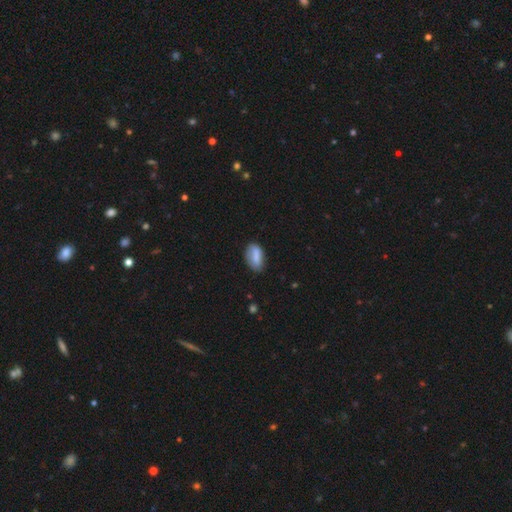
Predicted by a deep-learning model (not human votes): smooth_or_featured: smooth (p=0.78) [alt: featured or disk p=0.15]
how_rounded: in between (p=0.88) [alt: cigar-shaped p=0.07]
merging: none (p=0.71) [alt: minor disturbance p=0.22]